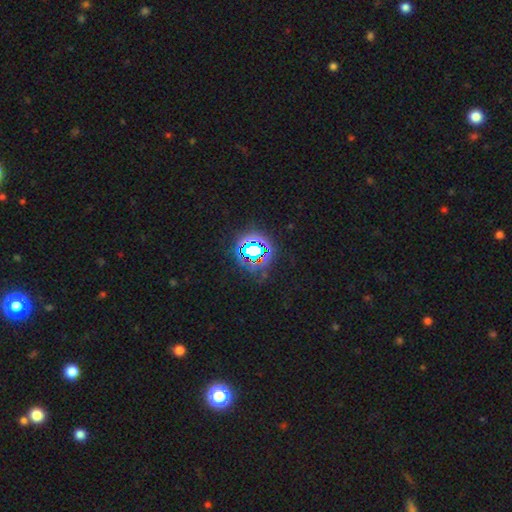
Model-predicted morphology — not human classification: smooth_or_featured: star or artifact (p=0.72) [alt: smooth p=0.18]